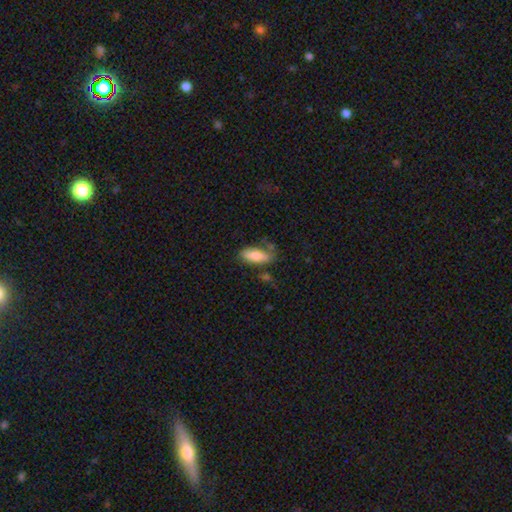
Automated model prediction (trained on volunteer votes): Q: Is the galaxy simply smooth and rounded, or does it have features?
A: smooth — 78%.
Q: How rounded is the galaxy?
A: in between — 69%.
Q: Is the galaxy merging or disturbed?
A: none — 61%.